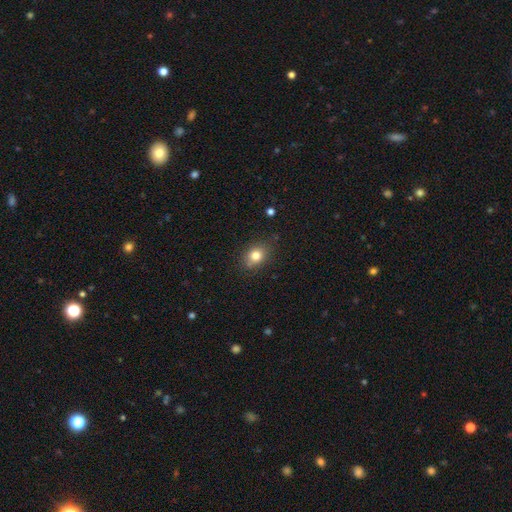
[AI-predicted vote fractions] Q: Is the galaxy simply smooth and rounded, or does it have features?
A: smooth — 80%.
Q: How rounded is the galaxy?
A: in between — 54%.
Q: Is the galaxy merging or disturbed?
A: none — 78%.